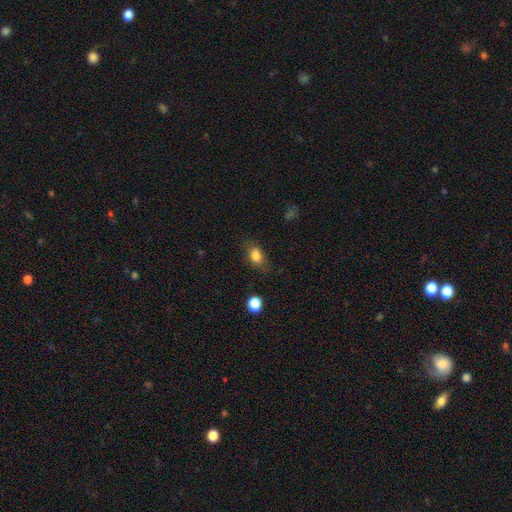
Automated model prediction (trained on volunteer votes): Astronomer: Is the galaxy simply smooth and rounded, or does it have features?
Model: smooth — 80%.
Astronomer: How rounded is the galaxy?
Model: in between — 76%.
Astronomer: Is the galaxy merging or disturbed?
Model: none — 69%.